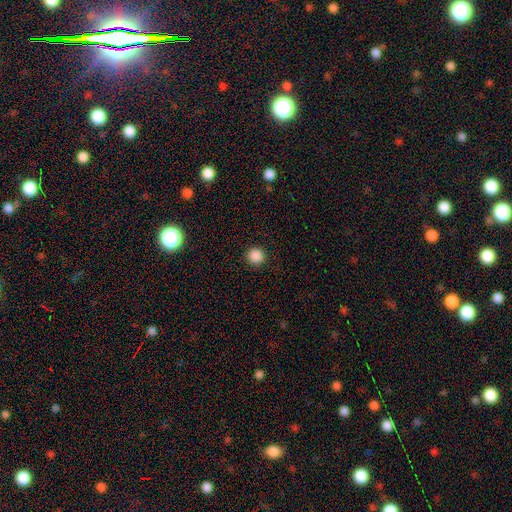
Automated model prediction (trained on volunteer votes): This appears to be a smooth galaxy with no disk features (87%) that is round (96%). Merging: none (92%).